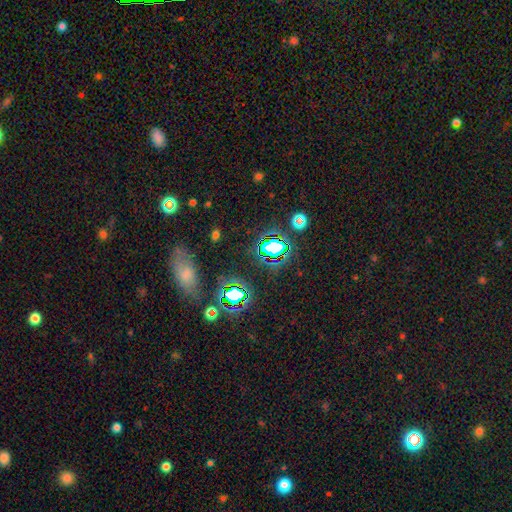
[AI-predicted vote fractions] Smooth or featured?
  - star or artifact: 65% *
  - smooth: 23%
  - featured or disk: 12%